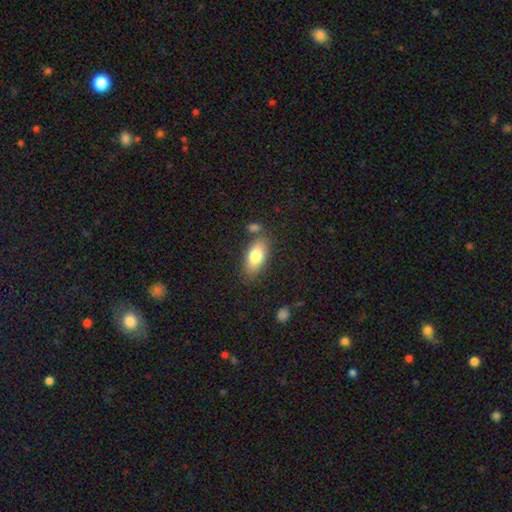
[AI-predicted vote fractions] A smooth galaxy with no disk features (78%) that is in between round and cigar-shaped (87%). Merging: none (75%).